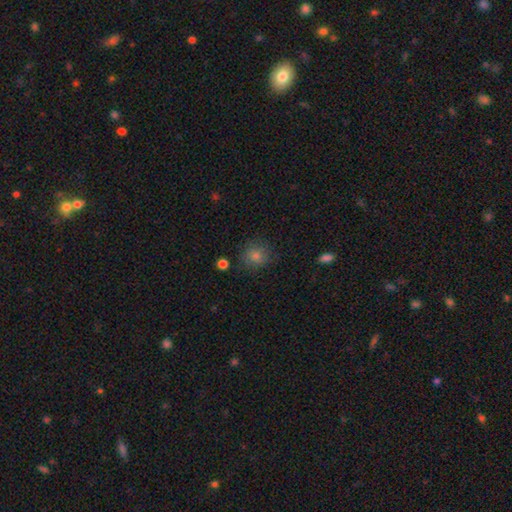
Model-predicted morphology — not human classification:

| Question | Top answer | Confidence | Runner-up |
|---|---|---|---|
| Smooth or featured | smooth | 75% | star or artifact (16%) |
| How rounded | round | 88% | in between (11%) |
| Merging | none | 82% | minor disturbance (12%) |